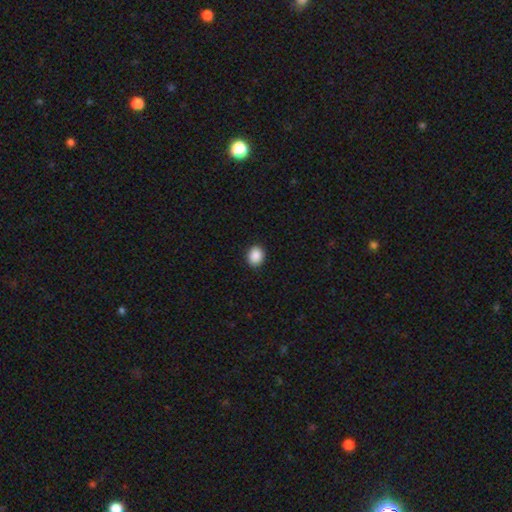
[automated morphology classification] smooth-or-featured: smooth: 89% | star or artifact: 8% | featured or disk: 3%
  how-rounded: round: 60% | in between: 39% | cigar-shaped: 1%
  merging: none: 91% | minor disturbance: 6% | major disturbance: 2% | merger: 1%